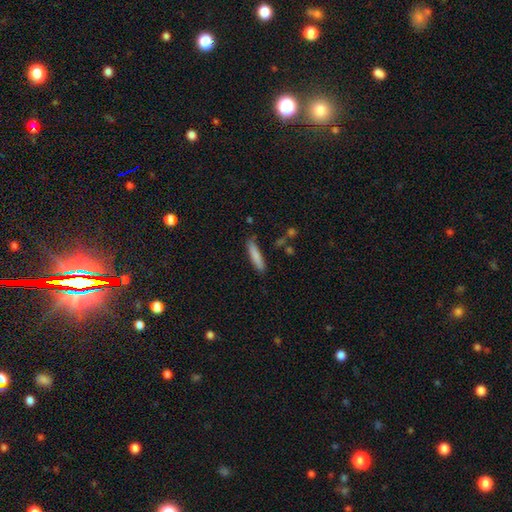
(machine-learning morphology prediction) type=smooth (82%); roundness=cigar-shaped (86%); merging=none (82%).